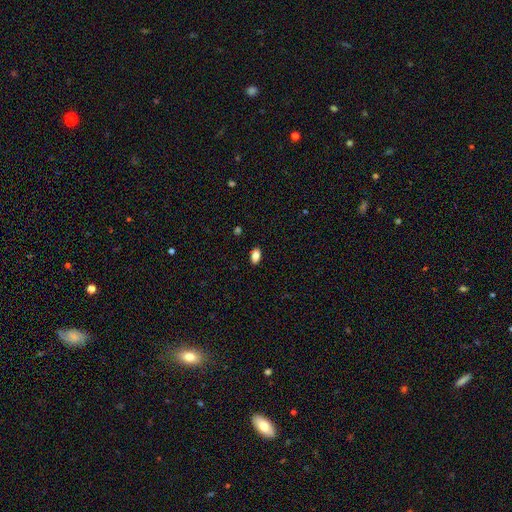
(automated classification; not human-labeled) A smooth galaxy with no disk features (83%) that is in between round and cigar-shaped (89%). Merging: none (88%).